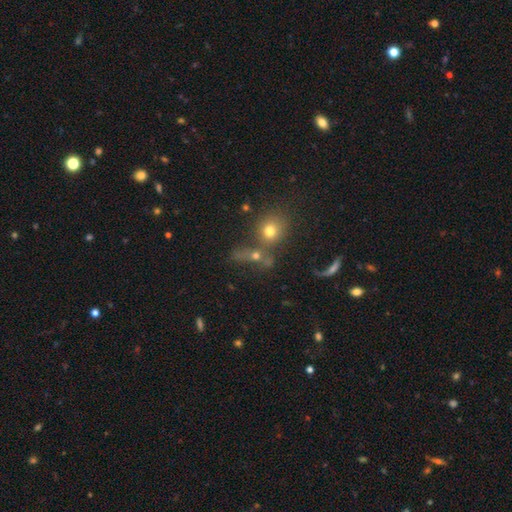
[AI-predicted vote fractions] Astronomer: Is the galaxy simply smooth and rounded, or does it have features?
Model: smooth — 48% (runner-up: star or artifact, 29%).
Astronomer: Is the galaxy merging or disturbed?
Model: none — 50% (runner-up: merger, 30%).